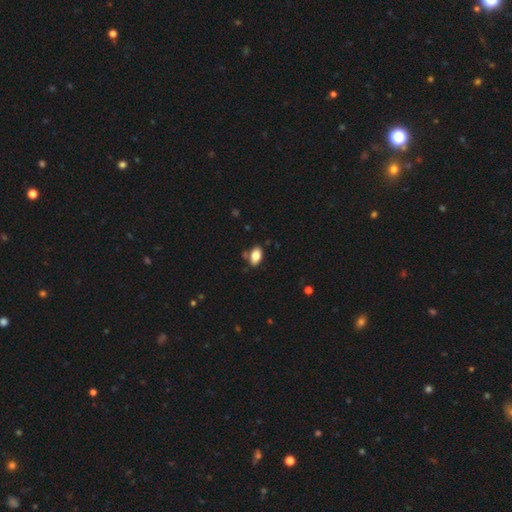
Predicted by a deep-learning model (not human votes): Smooth or featured: smooth — 82% (featured or disk — 10%)
How rounded: in between — 91% (round — 6%)
Merging: none — 78% (minor disturbance — 14%)